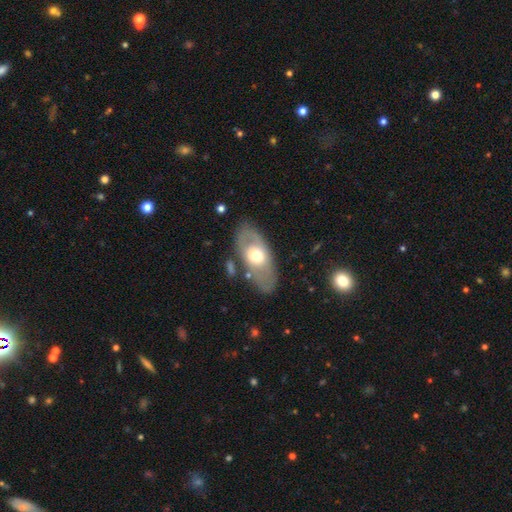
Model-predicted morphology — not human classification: This is possibly a smooth galaxy (47%, tied with featured or disk). Merging: likely none (75%).